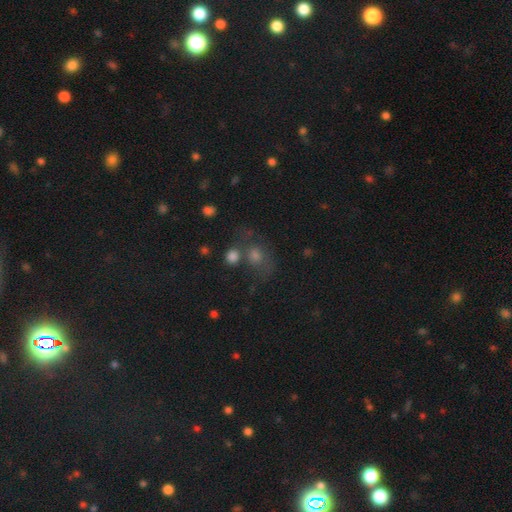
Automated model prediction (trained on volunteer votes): This appears to be a smooth galaxy with no disk features (60%) that is round (60%). Merging: none (43%).